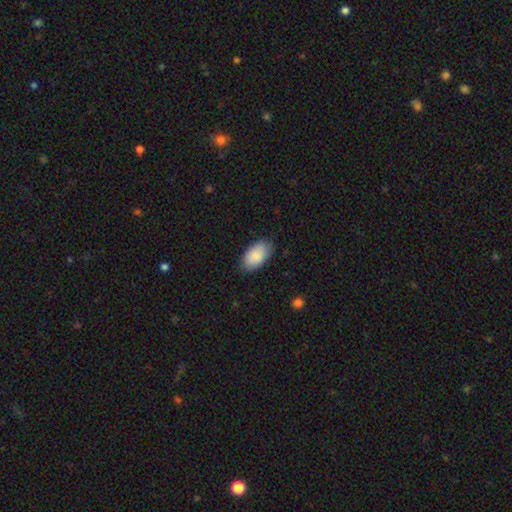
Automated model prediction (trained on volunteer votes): smooth-or-featured: smooth: 87% | featured or disk: 8% | star or artifact: 6%
  how-rounded: in between: 95% | round: 3% | cigar-shaped: 2%
  merging: none: 81% | minor disturbance: 15% | major disturbance: 3% | merger: 1%